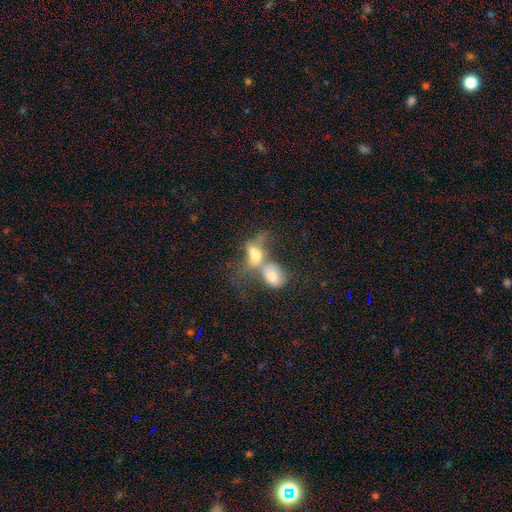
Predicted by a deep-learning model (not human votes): smooth_or_featured: smooth (p=0.55) [alt: featured or disk p=0.33]
how_rounded: in between (p=0.74) [alt: round p=0.21]
merging: merger (p=0.76) [alt: none p=0.10]